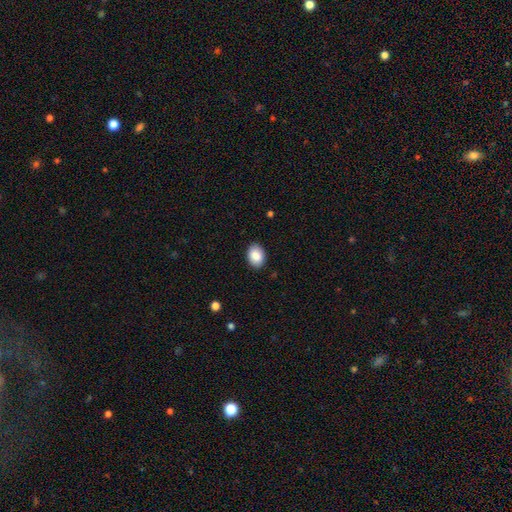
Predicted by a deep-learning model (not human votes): A smooth galaxy with no disk features (88%) that is in between round and cigar-shaped (76%).

Vote fractions:
- Smooth or featured? smooth: 88% / star or artifact: 7% / featured or disk: 5%
- How rounded? in between: 76% / round: 23% / cigar-shaped: 1%
- Merging? none: 89% / minor disturbance: 9% / major disturbance: 2% / merger: 1%